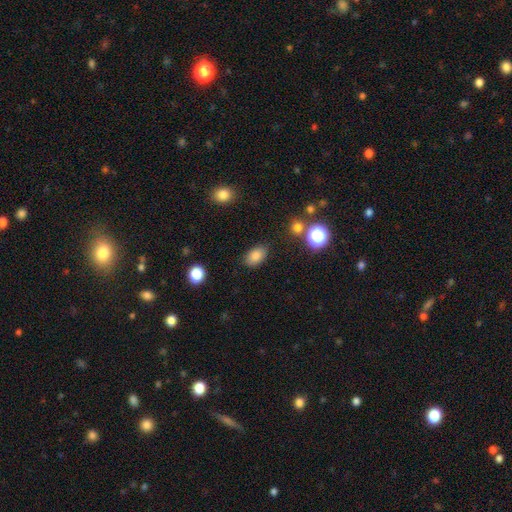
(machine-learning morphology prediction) This is clearly a smooth galaxy (83%). How rounded: clearly in between (88%). Merging: clearly none (83%).